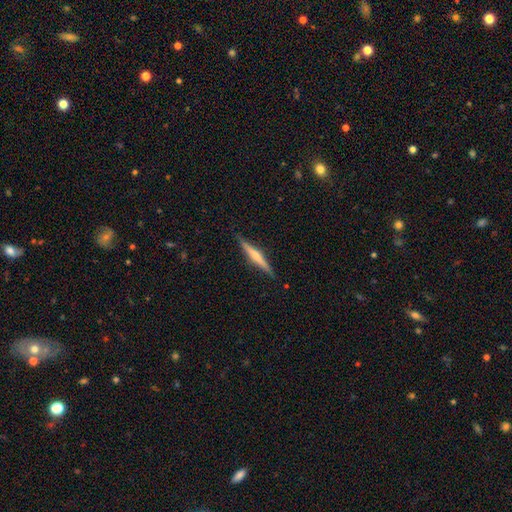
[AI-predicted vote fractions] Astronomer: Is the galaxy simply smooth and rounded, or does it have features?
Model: featured or disk — 63%.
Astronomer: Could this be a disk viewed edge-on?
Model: yes — 97%.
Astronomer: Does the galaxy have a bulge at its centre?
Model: rounded — 69%.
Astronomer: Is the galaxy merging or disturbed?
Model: none — 88%.